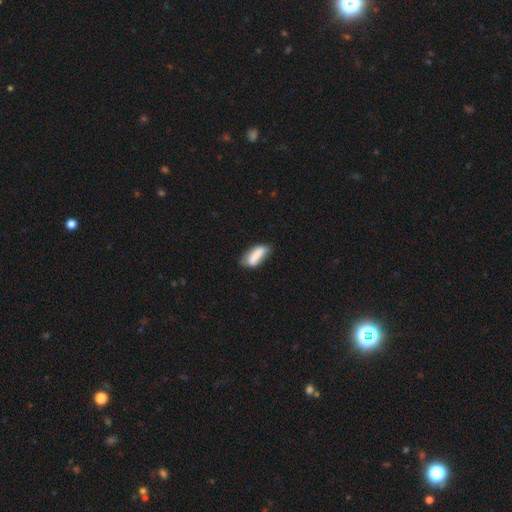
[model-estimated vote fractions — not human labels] Q: Smooth or featured?
A: smooth (78%); runner-up: featured or disk (15%)
Q: How rounded?
A: in between (63%); runner-up: cigar-shaped (35%)
Q: Merging?
A: none (55%); runner-up: minor disturbance (32%)